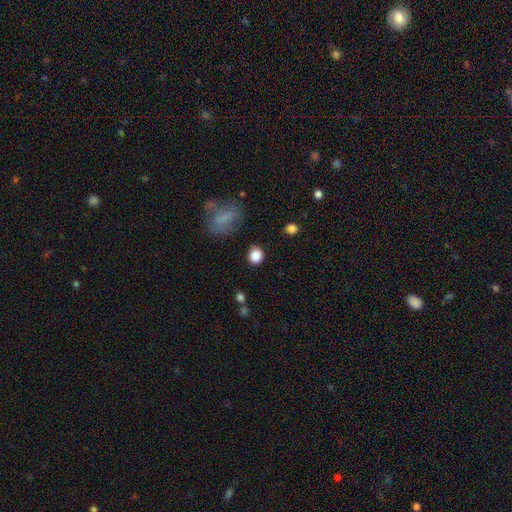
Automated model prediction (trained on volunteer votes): The model was most divided on "how rounded": round: 78%, in between: 21%, cigar-shaped: 1%. More confident: smooth or featured — smooth (86%); merging — none (86%).